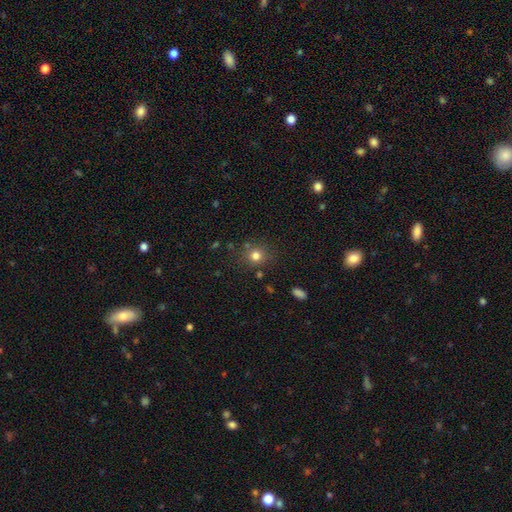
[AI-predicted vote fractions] Smooth or featured? smooth (78%)
How rounded? round (84%)
Merging? none (79%)